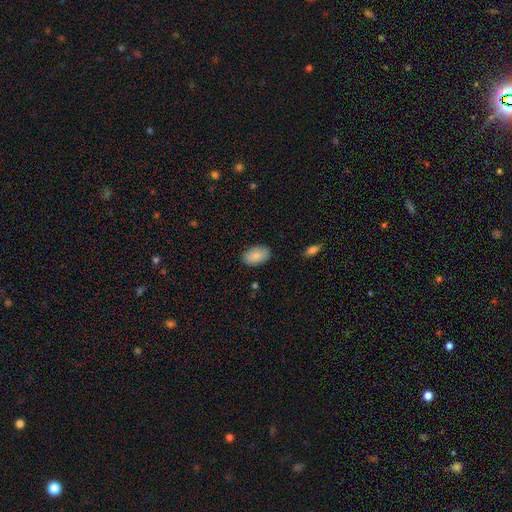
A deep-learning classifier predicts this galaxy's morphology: Q: Smooth or featured?
A: smooth (87%); runner-up: featured or disk (7%)
Q: How rounded?
A: in between (93%); runner-up: round (6%)
Q: Merging?
A: none (85%); runner-up: minor disturbance (11%)